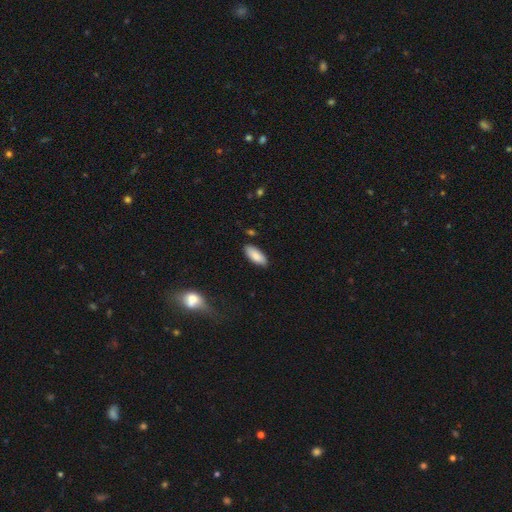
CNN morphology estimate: type=smooth (87%); roundness=in between (82%); merging=none (85%).